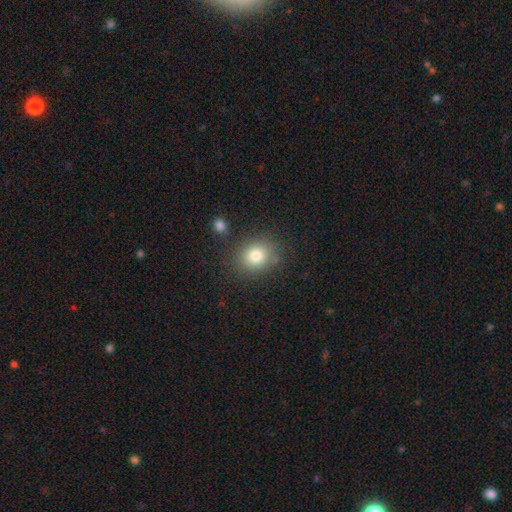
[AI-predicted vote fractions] This is likely a smooth galaxy (79%). How rounded: likely round (65%). Merging: clearly none (81%).